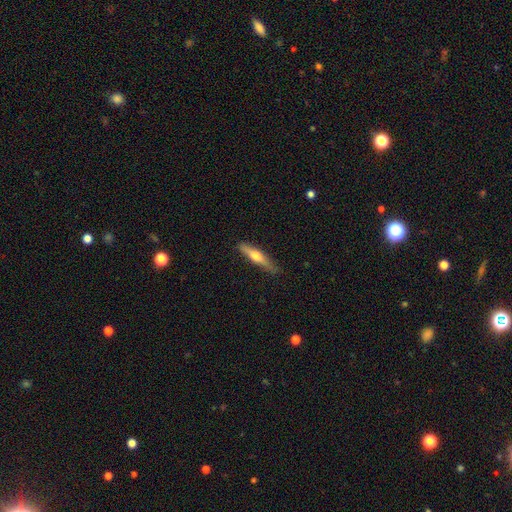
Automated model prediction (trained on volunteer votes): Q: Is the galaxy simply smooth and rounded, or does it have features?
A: smooth — 52%.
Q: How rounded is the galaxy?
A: cigar-shaped — 84%.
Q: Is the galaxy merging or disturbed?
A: none — 81%.